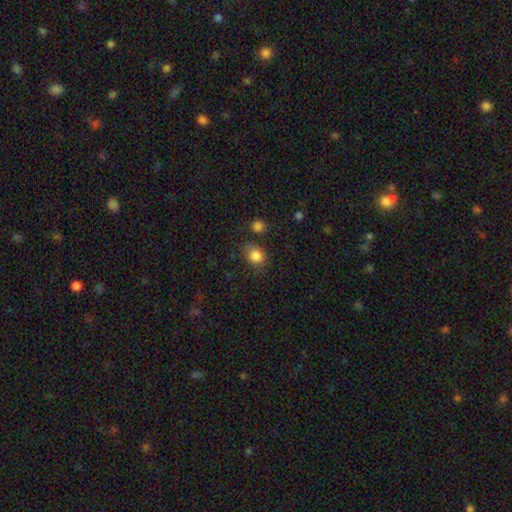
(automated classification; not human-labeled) This is clearly a smooth galaxy (85%). How rounded: likely round (61%). Merging: likely none (74%).